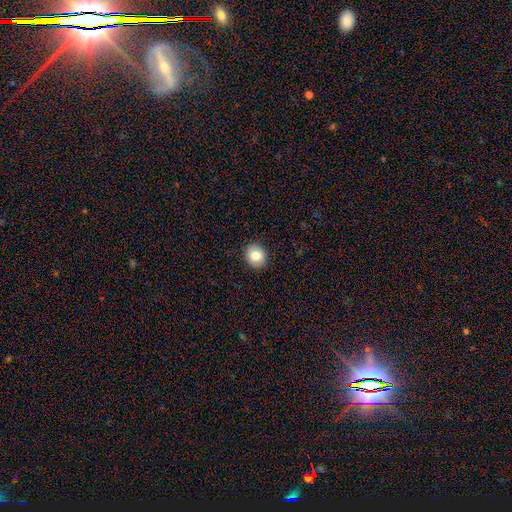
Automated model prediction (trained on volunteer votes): A smooth galaxy with no disk features (83%) that is round (67%). Merging: none (91%).